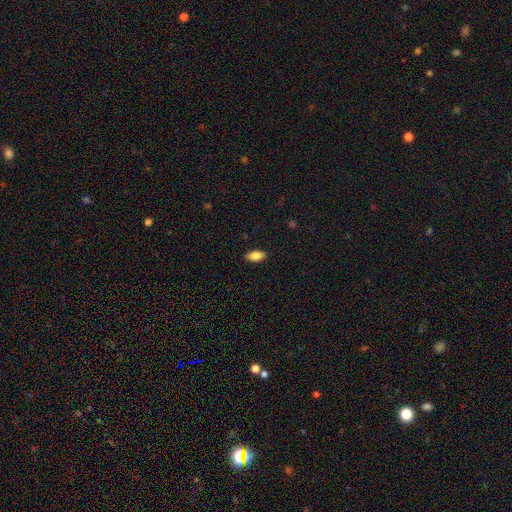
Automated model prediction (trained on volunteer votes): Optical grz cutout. It shows a smooth galaxy with no disk features (82%) that is in between round and cigar-shaped (90%). Merging: none (88%).